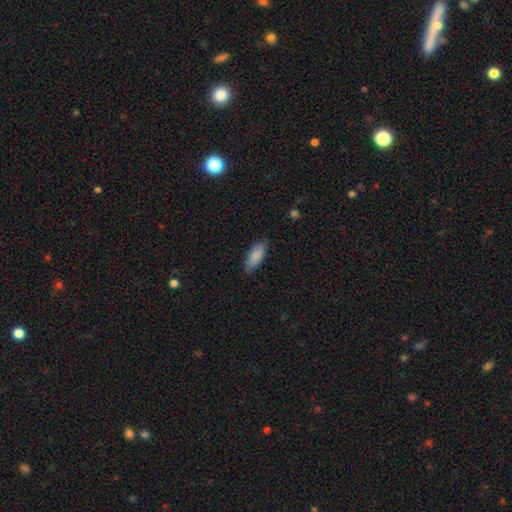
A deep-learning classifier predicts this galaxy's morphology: Q: Smooth or featured?
A: smooth (88%); runner-up: featured or disk (7%)
Q: How rounded?
A: in between (79%); runner-up: cigar-shaped (19%)
Q: Merging?
A: none (84%); runner-up: minor disturbance (13%)